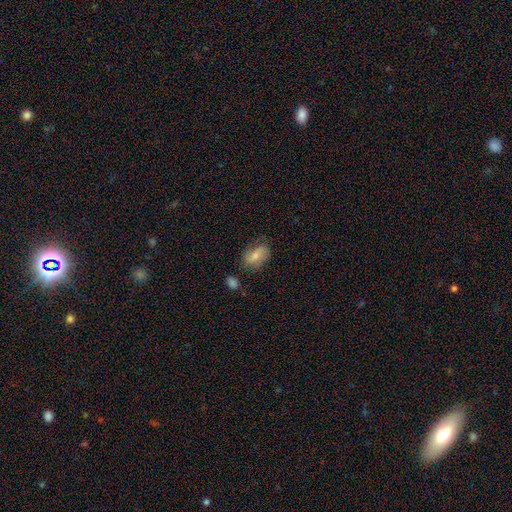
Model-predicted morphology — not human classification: Smooth or featured? smooth (60%)
How rounded? in between (83%)
Merging? none (58%)